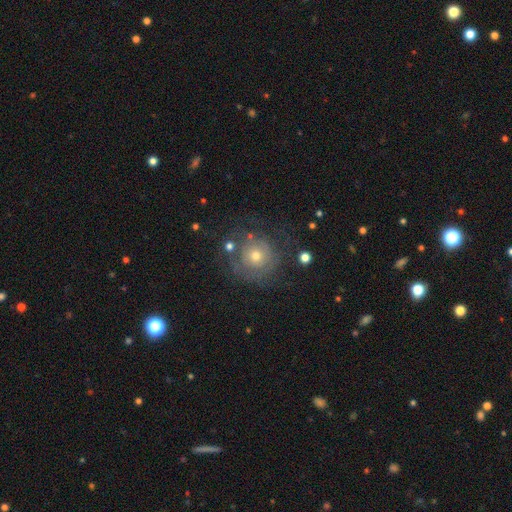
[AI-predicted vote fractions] Smooth or featured? Predicted: featured or disk (p=0.49). Merging? Predicted: none (p=0.70).